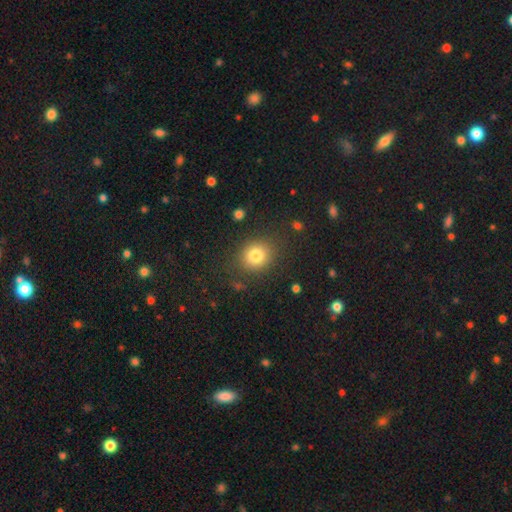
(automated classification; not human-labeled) Morphology: type=smooth (80%); roundness=round (76%); merging=none (85%).